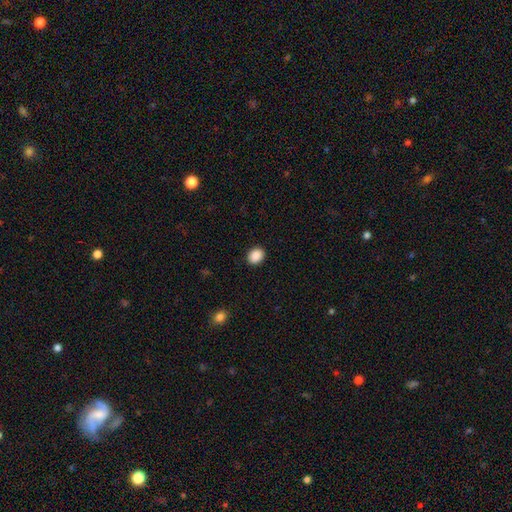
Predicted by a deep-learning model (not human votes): Smooth or featured?
  - smooth: 89% *
  - star or artifact: 8%
  - featured or disk: 3%
How rounded?
  - in between: 53% *
  - round: 46%
  - cigar-shaped: 1%
Merging?
  - none: 90% *
  - minor disturbance: 7%
  - major disturbance: 2%
  - merger: 1%